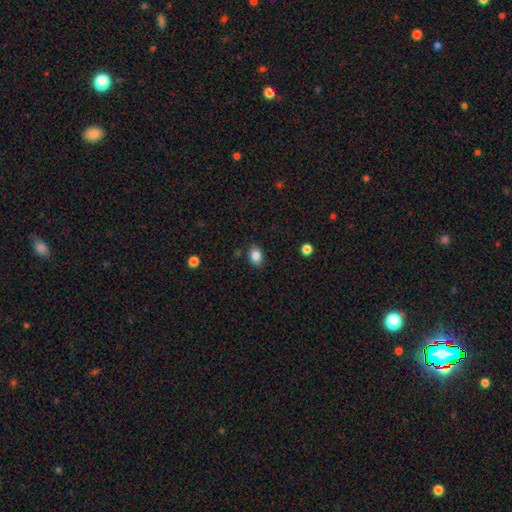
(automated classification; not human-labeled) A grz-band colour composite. It shows a smooth galaxy with no disk features (85%) that is in between round and cigar-shaped (68%). Merging: none (85%).